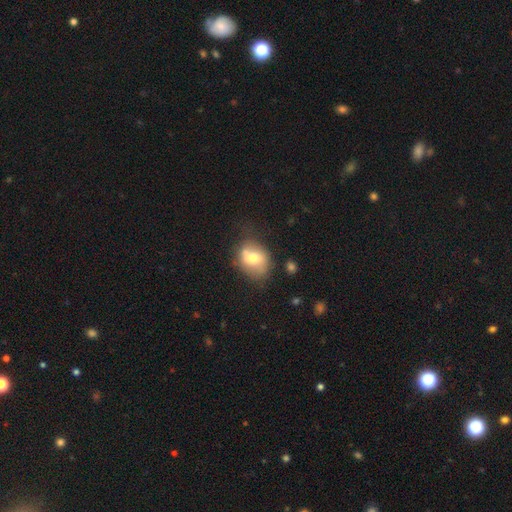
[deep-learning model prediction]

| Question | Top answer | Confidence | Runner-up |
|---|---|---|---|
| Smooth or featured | smooth | 63% | featured or disk (28%) |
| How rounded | round | 53% | in between (46%) |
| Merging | none | 55% | minor disturbance (22%) |